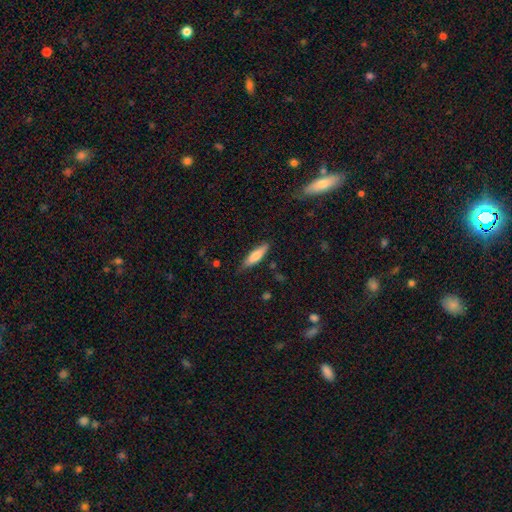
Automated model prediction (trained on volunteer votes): Overall: smooth (76%). How rounded: cigar-shaped (65%; in between 34%). Merging: none (77%).